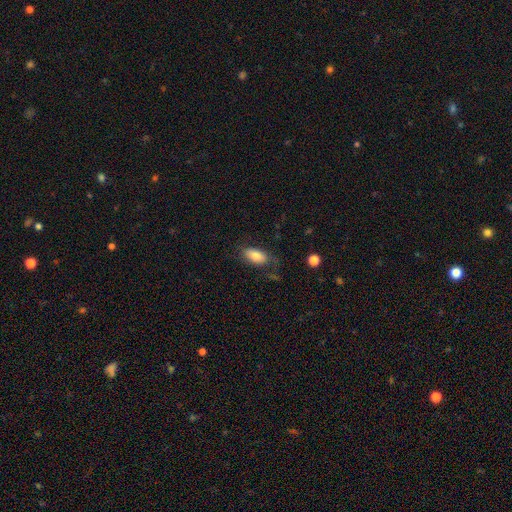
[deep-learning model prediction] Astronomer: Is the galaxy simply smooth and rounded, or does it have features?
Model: smooth — 80%.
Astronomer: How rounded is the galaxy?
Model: in between — 91%.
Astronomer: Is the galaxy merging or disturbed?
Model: none — 63%.